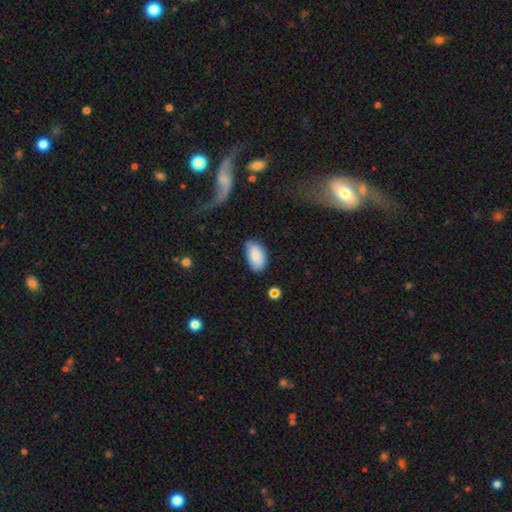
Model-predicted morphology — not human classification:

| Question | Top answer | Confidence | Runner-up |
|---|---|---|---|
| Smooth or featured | smooth | 84% | featured or disk (9%) |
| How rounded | in between | 95% | round (4%) |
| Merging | none | 70% | minor disturbance (24%) |